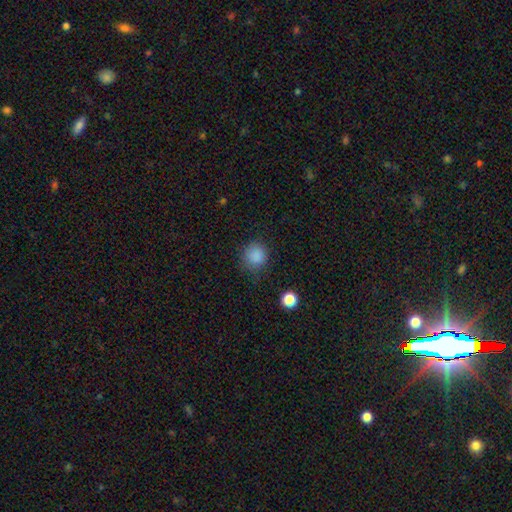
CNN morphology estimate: smooth-or-featured: smooth: 86% | star or artifact: 11% | featured or disk: 3%
  how-rounded: round: 88% | in between: 11% | cigar-shaped: 1%
  merging: none: 80% | minor disturbance: 14% | major disturbance: 5% | merger: 2%